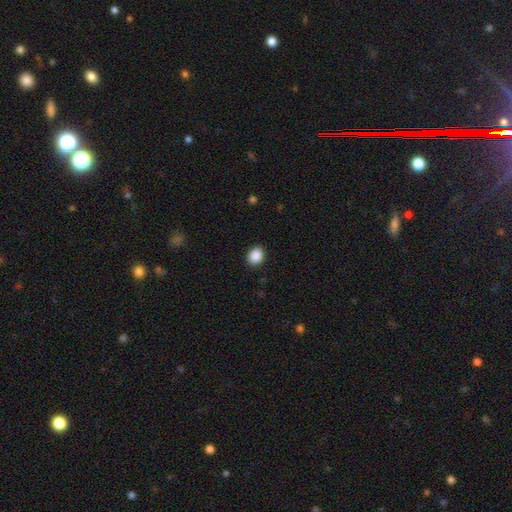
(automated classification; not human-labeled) Overall: smooth (89%). How rounded: round (59%; in between 40%). Merging: none (90%).